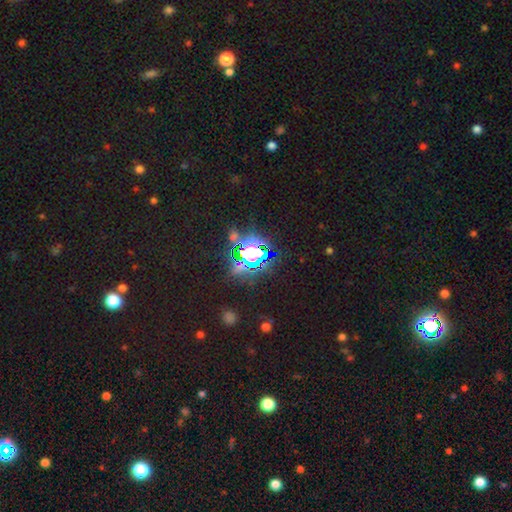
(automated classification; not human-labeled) A star or artifact, not a galaxy (79%).